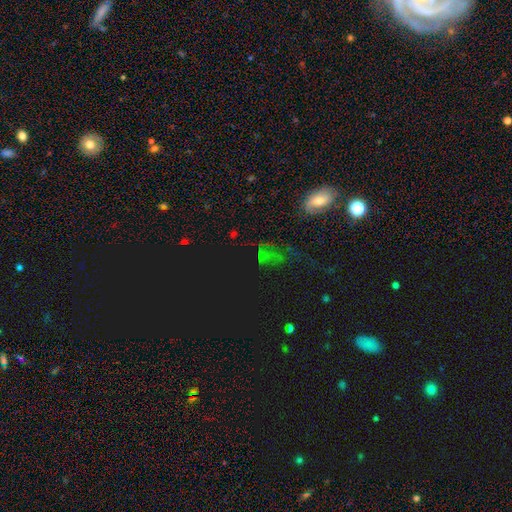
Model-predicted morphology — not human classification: The model was most divided on "smooth or featured": star or artifact: 67%, smooth: 21%, featured or disk: 12%.